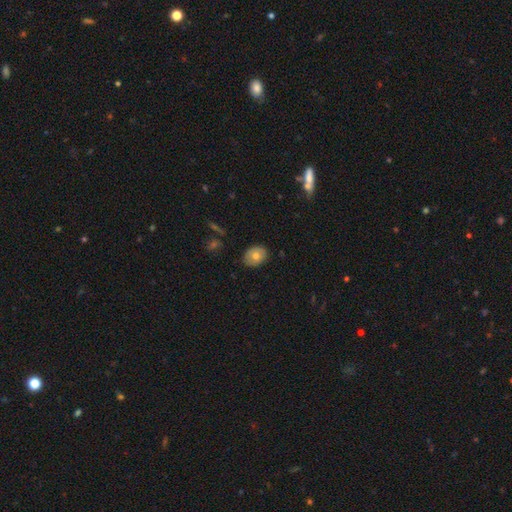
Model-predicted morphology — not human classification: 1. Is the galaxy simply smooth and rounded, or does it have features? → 73% smooth, 18% featured or disk, 8% star or artifact.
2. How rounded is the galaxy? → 62% in between, 37% round, 1% cigar-shaped.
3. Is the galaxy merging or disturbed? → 84% none, 13% minor disturbance, 2% major disturbance, 1% merger.